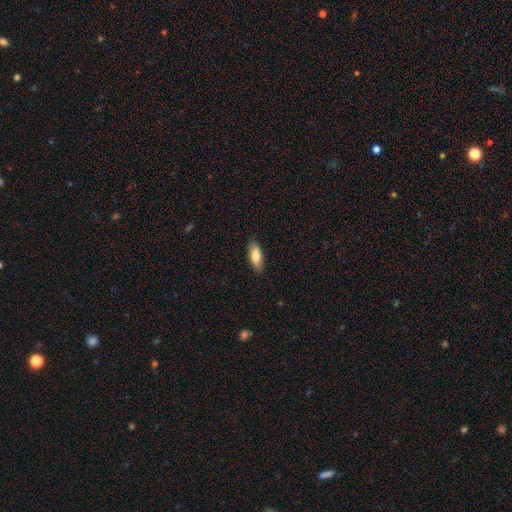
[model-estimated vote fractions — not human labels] Overall: smooth (79%). How rounded: in between (75%). Merging: none (86%).